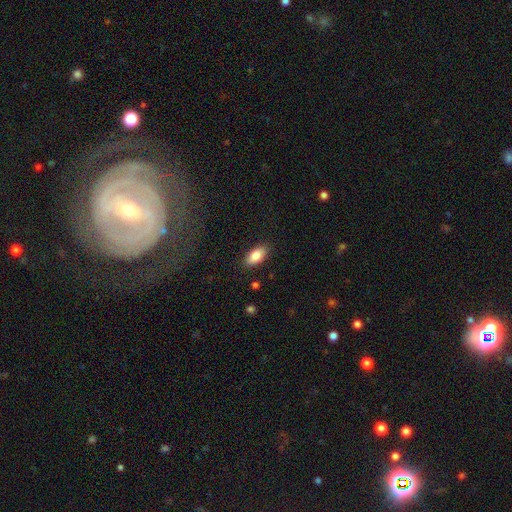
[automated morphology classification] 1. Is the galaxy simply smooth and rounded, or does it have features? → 83% smooth, 10% featured or disk, 7% star or artifact.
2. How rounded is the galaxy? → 90% in between, 7% cigar-shaped, 3% round.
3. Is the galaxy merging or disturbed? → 87% none, 9% minor disturbance, 2% major disturbance, 1% merger.